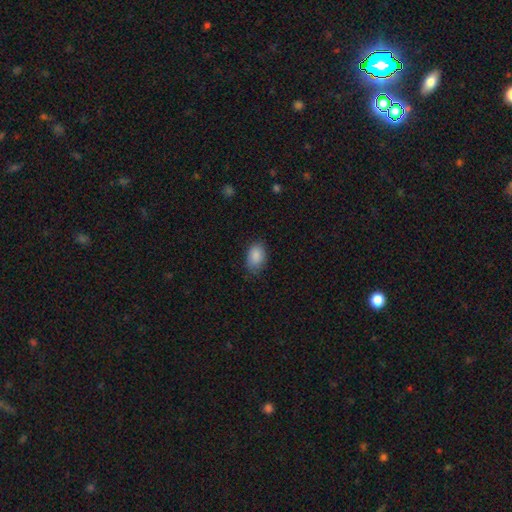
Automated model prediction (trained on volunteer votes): Smooth or featured? smooth (87%)
How rounded? in between (87%)
Merging? none (75%)